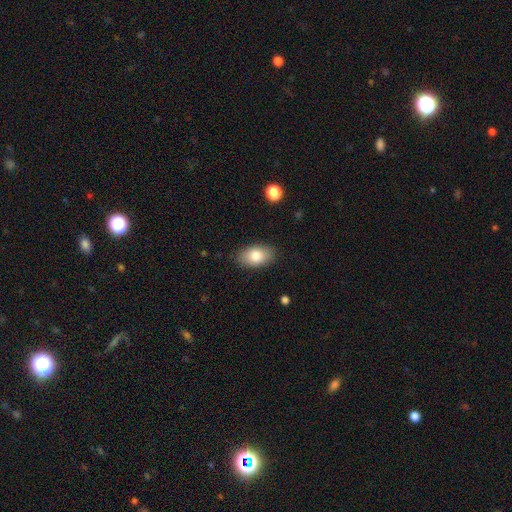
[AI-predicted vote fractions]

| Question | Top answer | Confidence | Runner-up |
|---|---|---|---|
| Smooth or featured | smooth | 82% | featured or disk (11%) |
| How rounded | in between | 92% | round (6%) |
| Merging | none | 86% | minor disturbance (10%) |